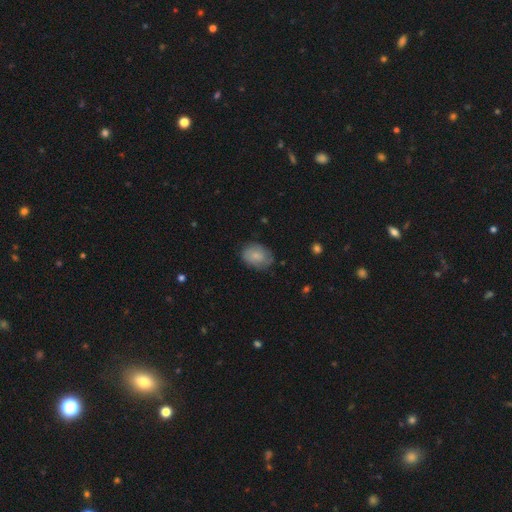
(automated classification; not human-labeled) Smooth or featured?
  - smooth: 74% *
  - featured or disk: 19%
  - star or artifact: 7%
How rounded?
  - in between: 73% *
  - round: 26%
  - cigar-shaped: 1%
Merging?
  - none: 73% *
  - minor disturbance: 21%
  - major disturbance: 5%
  - merger: 1%